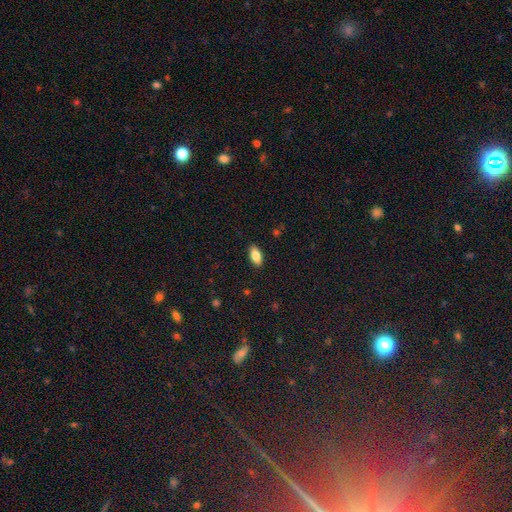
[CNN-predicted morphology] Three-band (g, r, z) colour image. It shows a smooth galaxy with no disk features (81%) that is in between round and cigar-shaped (89%). Merging: none (89%).